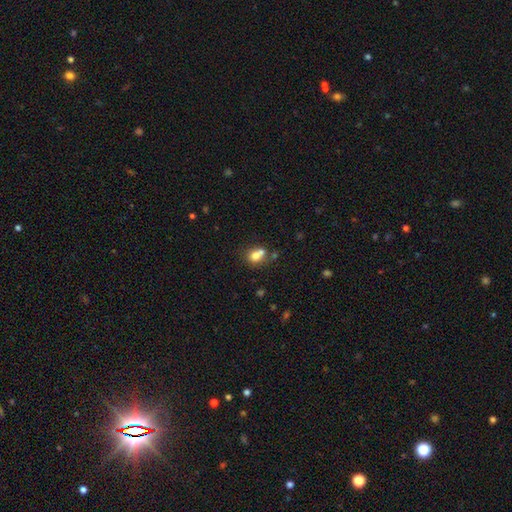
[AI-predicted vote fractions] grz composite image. It shows a smooth galaxy with no disk features (74%) that is round (58%). Merging: merger (48%).